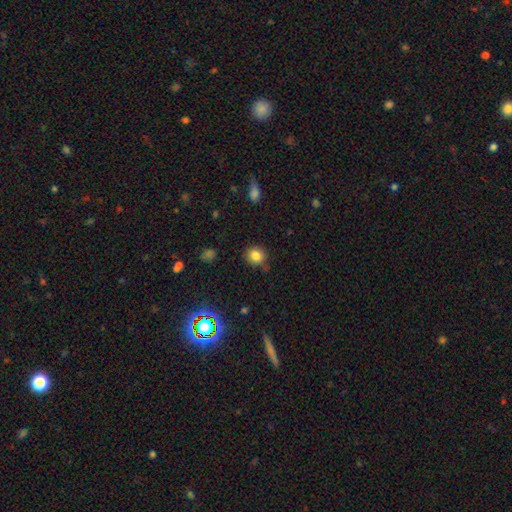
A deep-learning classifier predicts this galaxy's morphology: Q: Smooth or featured?
A: smooth (82%); runner-up: star or artifact (12%)
Q: How rounded?
A: round (84%); runner-up: in between (15%)
Q: Merging?
A: none (81%); runner-up: minor disturbance (13%)